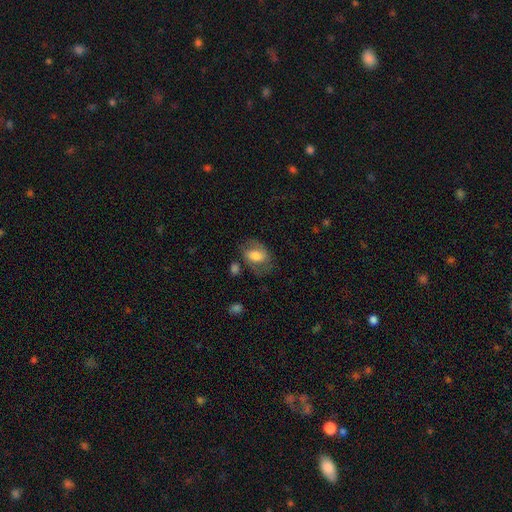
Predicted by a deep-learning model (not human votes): smooth 57%, featured or disk 36%, star or artifact 8%. Down the decision tree: how rounded — in between (81%); merging — none (59%).